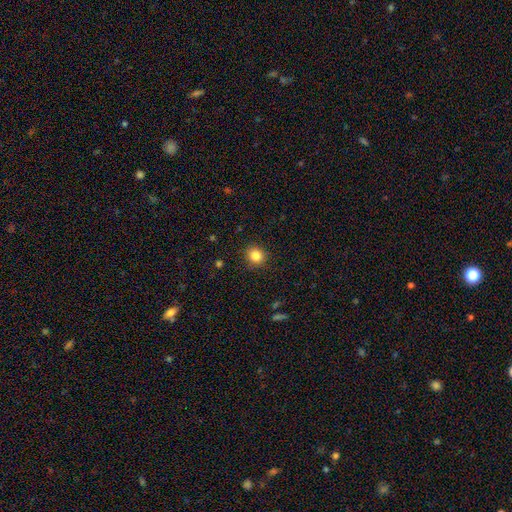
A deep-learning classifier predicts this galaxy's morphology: The model was most divided on "smooth or featured": smooth: 83%, star or artifact: 11%, featured or disk: 5%. More confident: merging — none (90%); how rounded — round (90%).